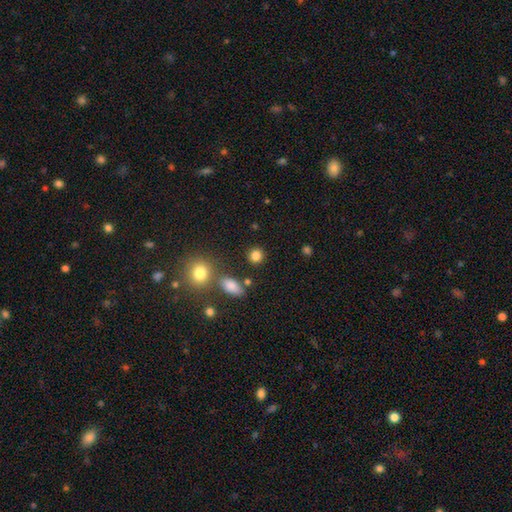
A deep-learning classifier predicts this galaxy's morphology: The model was most divided on "smooth or featured": smooth: 83%, star or artifact: 12%, featured or disk: 5%. More confident: how rounded — round (88%); merging — none (84%).